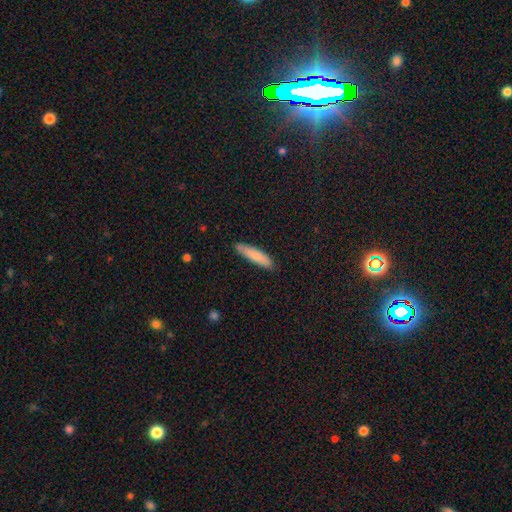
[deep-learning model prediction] Smooth or featured: smooth — 79% (featured or disk — 16%)
How rounded: cigar-shaped — 80% (in between — 18%)
Merging: none — 86% (minor disturbance — 11%)